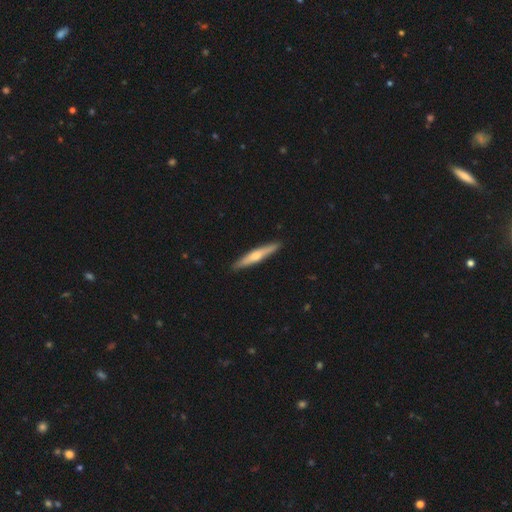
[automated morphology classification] type=featured or disk (50%); merging=none (91%).